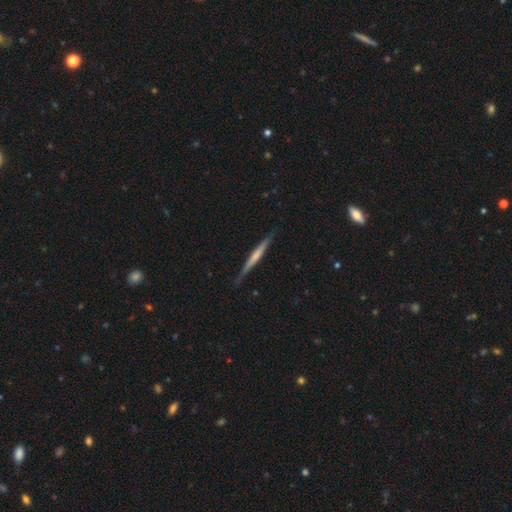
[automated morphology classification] A featured or disk galaxy (56%) viewed edge-on (97%) with no central bulge (59%). Merging: none (85%).